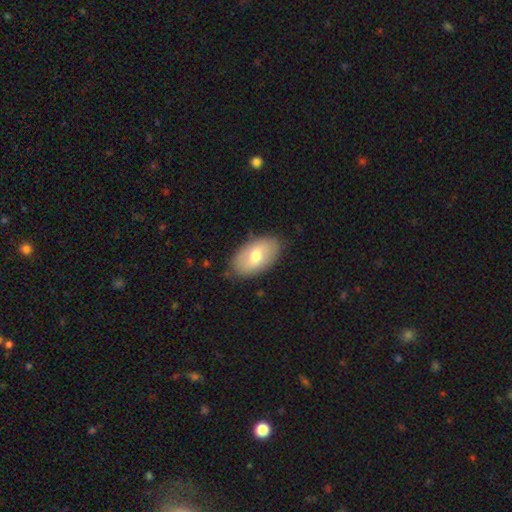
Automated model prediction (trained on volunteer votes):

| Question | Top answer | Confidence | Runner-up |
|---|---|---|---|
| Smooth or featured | smooth | 64% | featured or disk (30%) |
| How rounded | in between | 93% | round (5%) |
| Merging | none | 83% | minor disturbance (13%) |